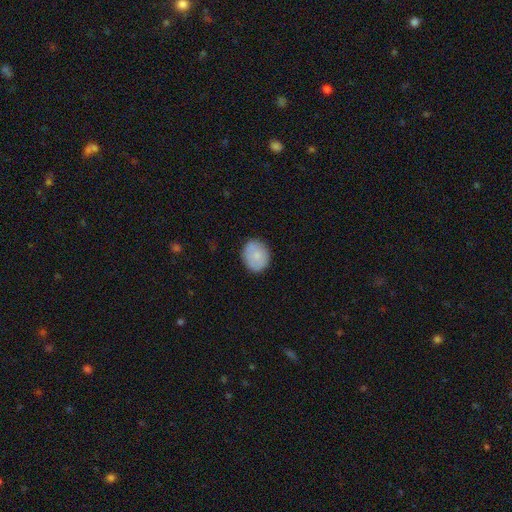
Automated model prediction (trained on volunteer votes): smooth-or-featured: smooth: 79% | featured or disk: 14% | star or artifact: 7%
  how-rounded: round: 62% | in between: 38% | cigar-shaped: 1%
  merging: none: 84% | minor disturbance: 12% | major disturbance: 3% | merger: 1%